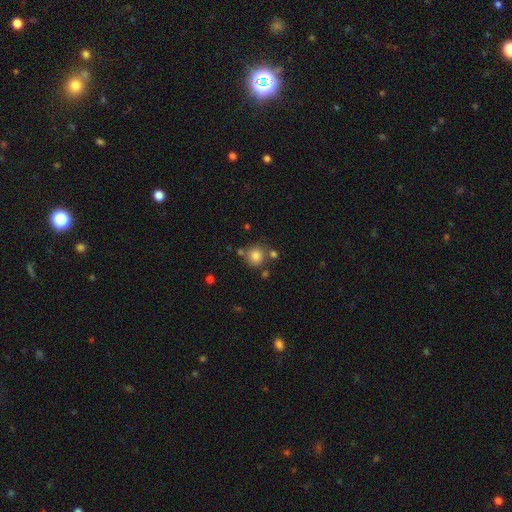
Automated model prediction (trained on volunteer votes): smooth 82%, star or artifact 11%, featured or disk 7%. Down the decision tree: how rounded — round (89%); merging — none (70%).